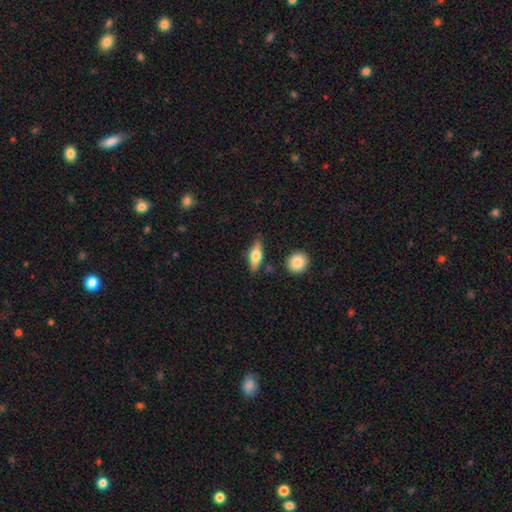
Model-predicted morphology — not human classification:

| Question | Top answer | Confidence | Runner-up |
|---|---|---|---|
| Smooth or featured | smooth | 58% | featured or disk (35%) |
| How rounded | in between | 65% | cigar-shaped (30%) |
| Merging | none | 80% | minor disturbance (13%) |